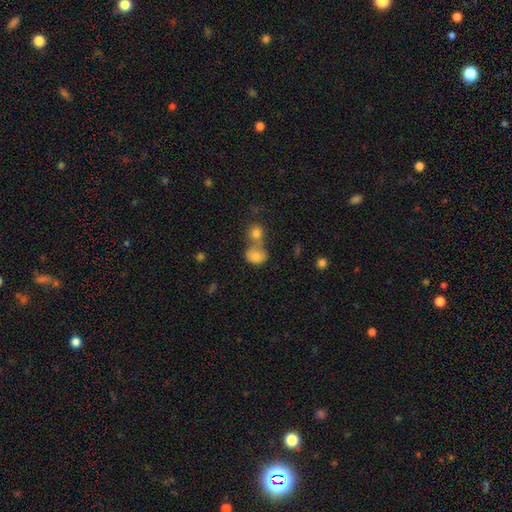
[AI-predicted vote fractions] A smooth galaxy with no disk features (81%) that is round (56%). Merging: merger (53%).